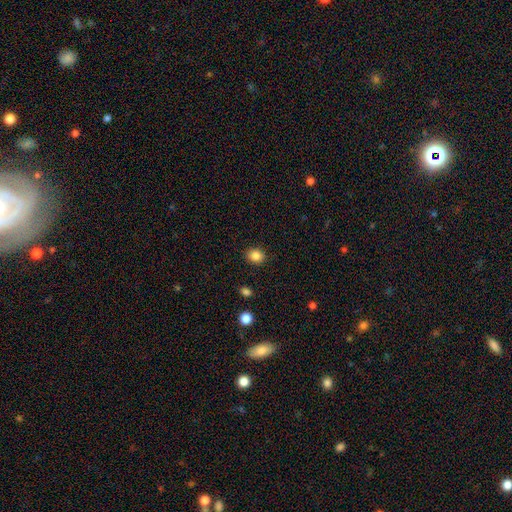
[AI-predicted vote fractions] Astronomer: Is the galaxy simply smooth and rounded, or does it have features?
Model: smooth — 85%.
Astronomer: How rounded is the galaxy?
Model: round — 59% (runner-up: in between, 40%).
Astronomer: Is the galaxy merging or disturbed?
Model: none — 89%.